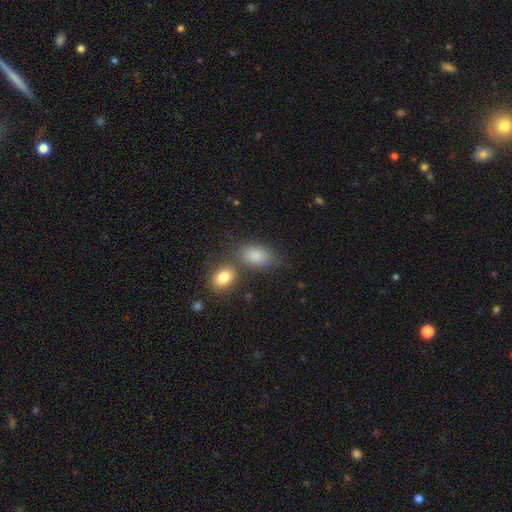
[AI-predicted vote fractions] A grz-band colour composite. It shows a smooth galaxy with no disk features (82%) that is in between round and cigar-shaped (88%). Merging: none (56%).